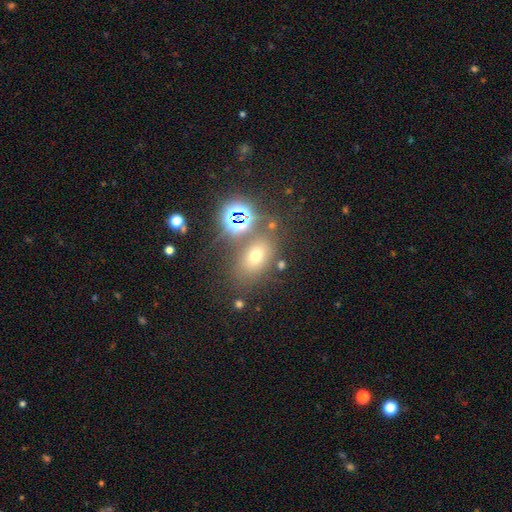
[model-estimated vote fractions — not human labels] Overall: smooth (56%; star or artifact 29%). How rounded: in between (70%). Merging: none (70%).